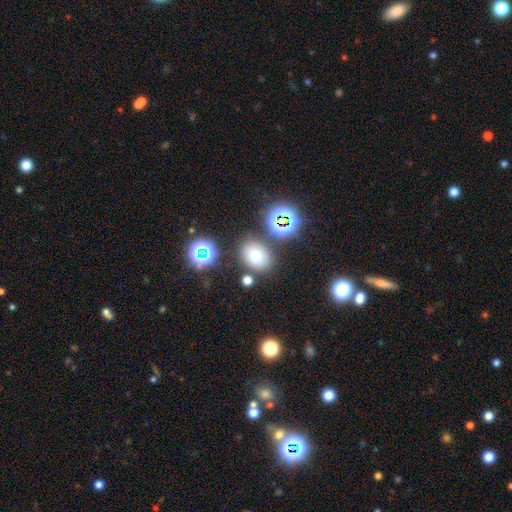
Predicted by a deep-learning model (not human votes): A smooth galaxy with no disk features (72%) that is in between round and cigar-shaped (54%).

Vote fractions:
- Smooth or featured? smooth: 72% / star or artifact: 21% / featured or disk: 7%
- How rounded? in between: 54% / round: 45% / cigar-shaped: 1%
- Merging? none: 77% / minor disturbance: 12% / merger: 7% / major disturbance: 4%